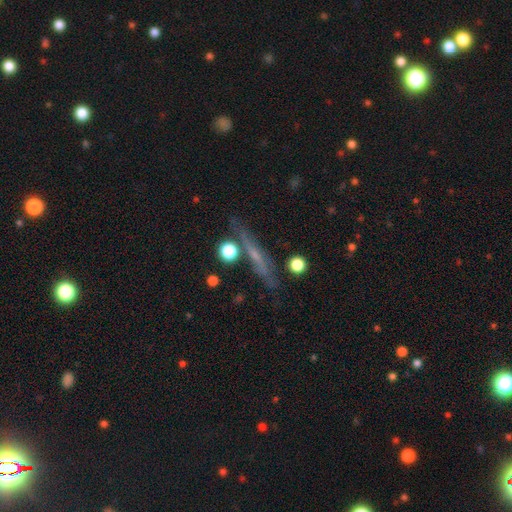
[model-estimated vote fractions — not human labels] smooth-or-featured: featured or disk: 50% | smooth: 35% | star or artifact: 15%
  merging: none: 75% | minor disturbance: 14% | major disturbance: 6% | merger: 6%